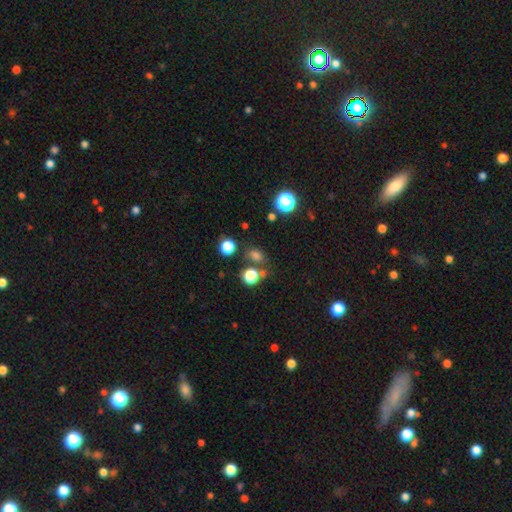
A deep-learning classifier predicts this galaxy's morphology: Smooth or featured? Predicted: smooth (p=0.68). How rounded? Predicted: round (p=0.52). Merging? Predicted: none (p=0.69).